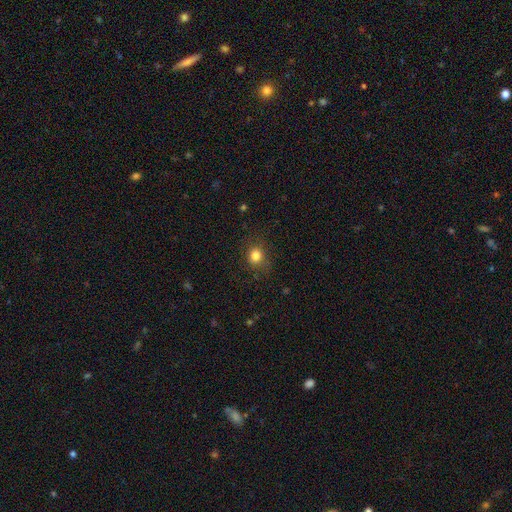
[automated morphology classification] Smooth or featured? smooth (82%)
How rounded? round (77%)
Merging? none (81%)